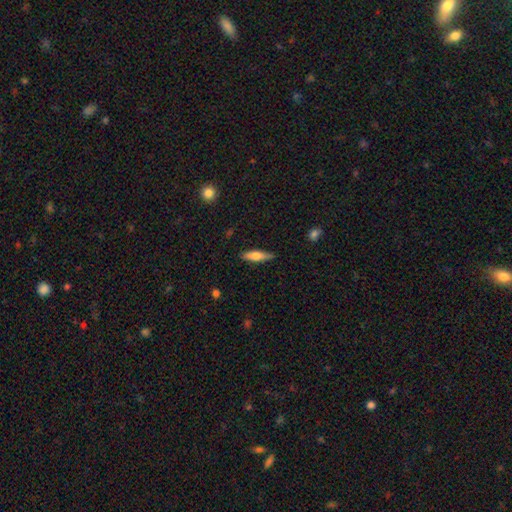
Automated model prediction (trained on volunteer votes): Smooth or featured?
  - smooth: 64% *
  - featured or disk: 30%
  - star or artifact: 6%
How rounded?
  - cigar-shaped: 65% *
  - in between: 33%
  - round: 2%
Merging?
  - none: 84% *
  - minor disturbance: 12%
  - major disturbance: 2%
  - merger: 1%